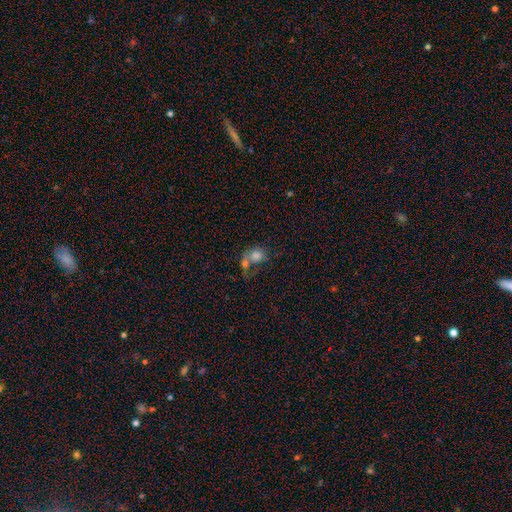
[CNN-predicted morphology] smooth-or-featured: smooth: 70% | featured or disk: 19% | star or artifact: 11%
  how-rounded: round: 59% | in between: 40% | cigar-shaped: 1%
  merging: merger: 55% | none: 22% | major disturbance: 13% | minor disturbance: 10%